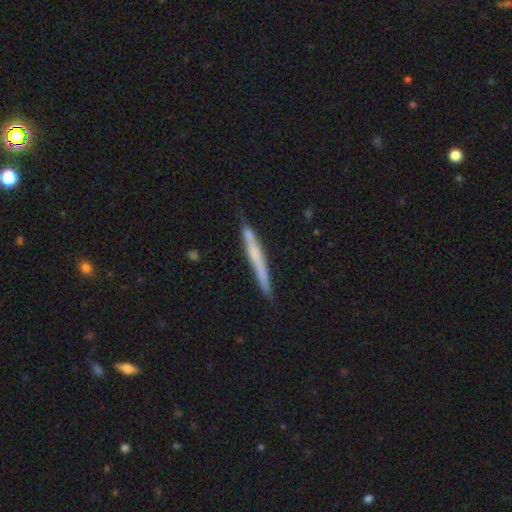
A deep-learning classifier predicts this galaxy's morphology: Smooth or featured?
  - featured or disk: 47% * (tied)
  - smooth: 47% * (tied)
  - star or artifact: 6%
Merging?
  - none: 81% *
  - minor disturbance: 14%
  - merger: 3%
  - major disturbance: 2%